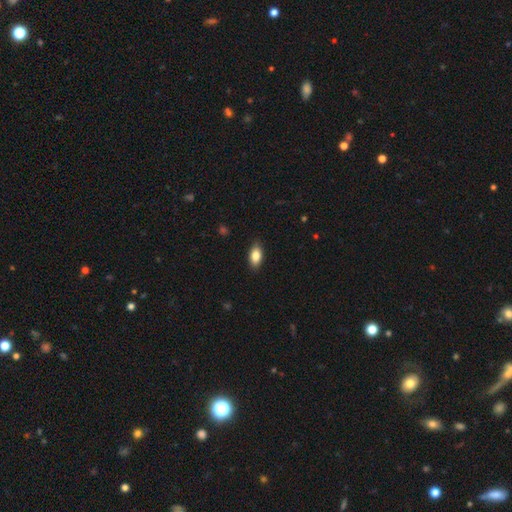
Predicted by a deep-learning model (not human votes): Smooth or featured: smooth — 84% (featured or disk — 9%)
How rounded: in between — 90% (cigar-shaped — 5%)
Merging: none — 86% (minor disturbance — 11%)